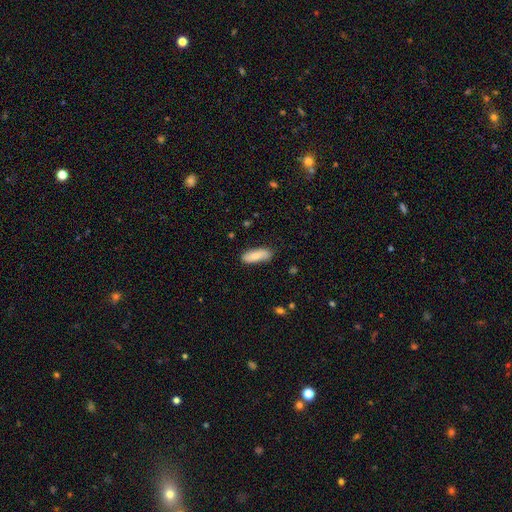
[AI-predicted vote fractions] Morphology: type=smooth (77%); roundness=in between (64%); merging=none (82%).